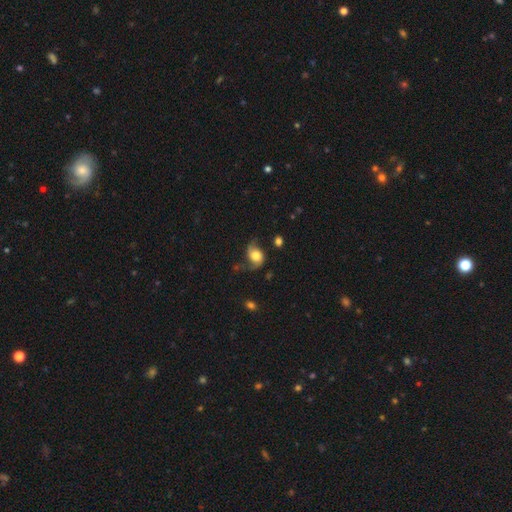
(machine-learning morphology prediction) Overall: featured or disk (52%; smooth 39%). Edge-on disk: no (96%). Bar: no (71%). Spiral arms: yes (88%). Bulge size: large (43%; moderate 31%). Merging: none (49%; minor disturbance 27%).